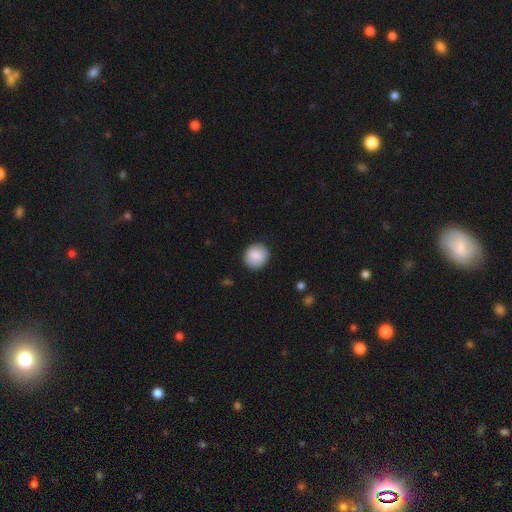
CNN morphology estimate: type=smooth (85%); roundness=round (85%); merging=none (89%).